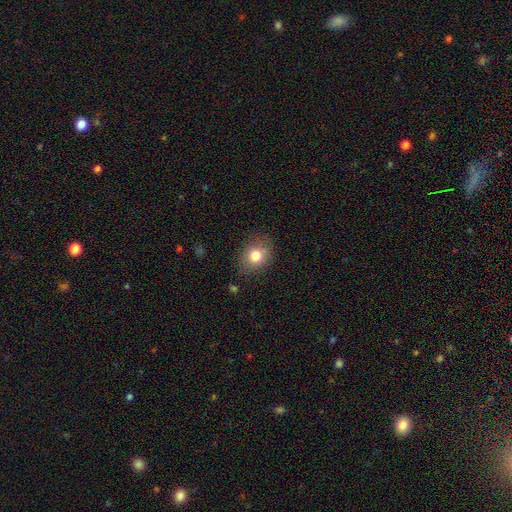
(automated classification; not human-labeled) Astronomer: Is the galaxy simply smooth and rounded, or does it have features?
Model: smooth — 80%.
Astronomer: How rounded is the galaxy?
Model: round — 56% (runner-up: in between, 43%).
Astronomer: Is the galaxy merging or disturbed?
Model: none — 81%.